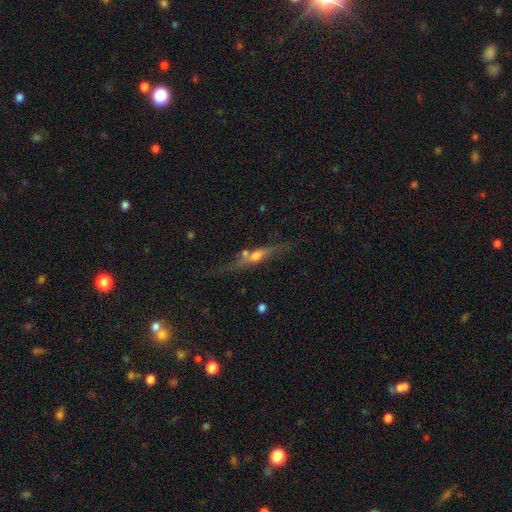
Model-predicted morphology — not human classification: Overall: featured or disk (65%; smooth 27%). Edge-on disk: yes (89%). Edge-on bulge: rounded (87%). Merging: none (64%).